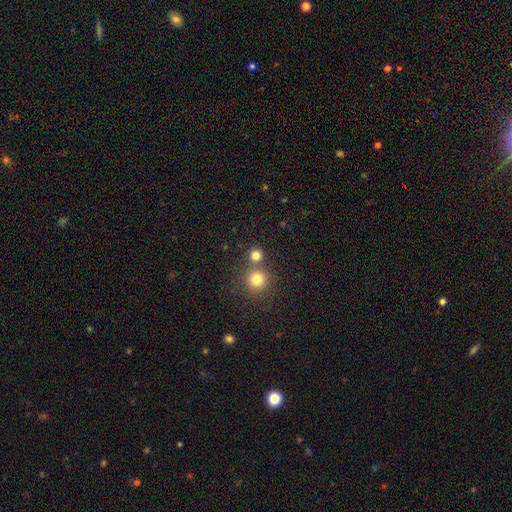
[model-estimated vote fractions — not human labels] Overall: smooth (79%). How rounded: round (91%). Merging: none (68%).